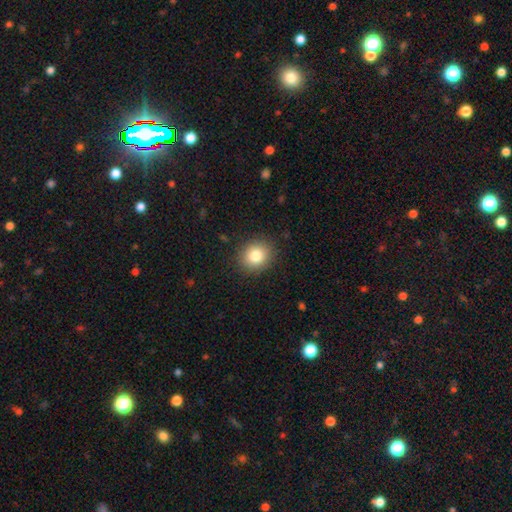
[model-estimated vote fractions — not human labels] A smooth galaxy with no disk features (82%) that is round (73%).

Vote fractions:
- Smooth or featured? smooth: 82% / star or artifact: 10% / featured or disk: 8%
- How rounded? round: 73% / in between: 26% / cigar-shaped: 1%
- Merging? none: 88% / minor disturbance: 8% / major disturbance: 2% / merger: 1%